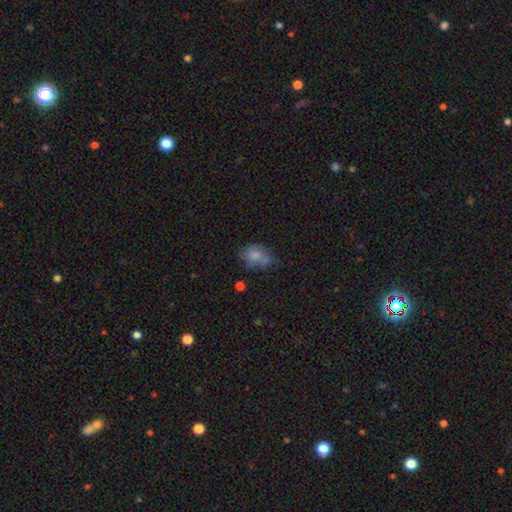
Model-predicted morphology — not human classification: This is likely a smooth galaxy (74%). How rounded: likely in between (70%). Merging: marginally none (43%).